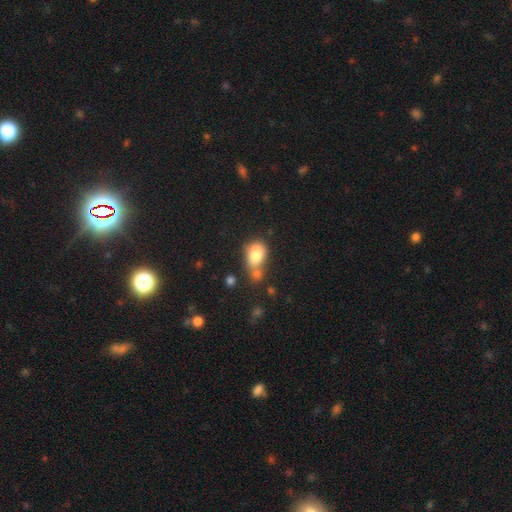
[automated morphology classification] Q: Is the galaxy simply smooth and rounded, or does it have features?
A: smooth — 77%.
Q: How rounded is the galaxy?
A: in between — 74%.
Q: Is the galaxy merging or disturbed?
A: merger — 41%.